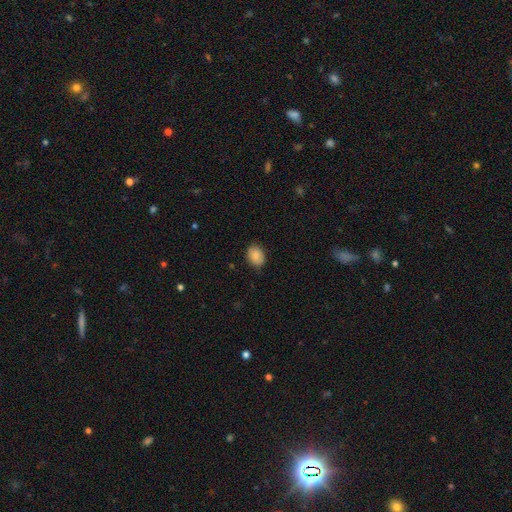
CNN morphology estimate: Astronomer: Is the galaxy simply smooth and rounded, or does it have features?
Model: smooth — 85%.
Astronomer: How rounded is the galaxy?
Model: in between — 66%.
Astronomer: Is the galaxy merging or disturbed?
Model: none — 80%.